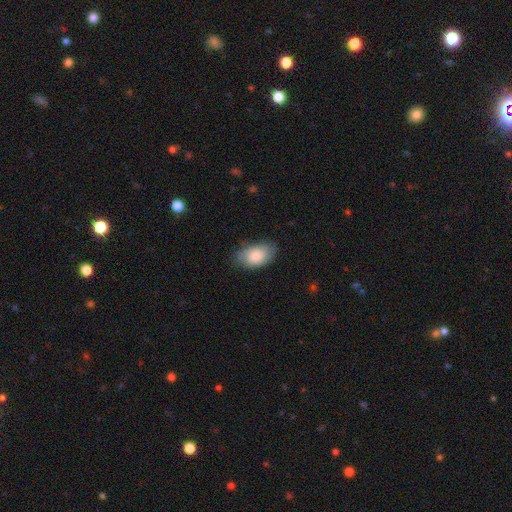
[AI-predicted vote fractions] smooth_or_featured: smooth (p=0.82) [alt: featured or disk p=0.12]
how_rounded: in between (p=0.93) [alt: round p=0.06]
merging: none (p=0.72) [alt: minor disturbance p=0.22]